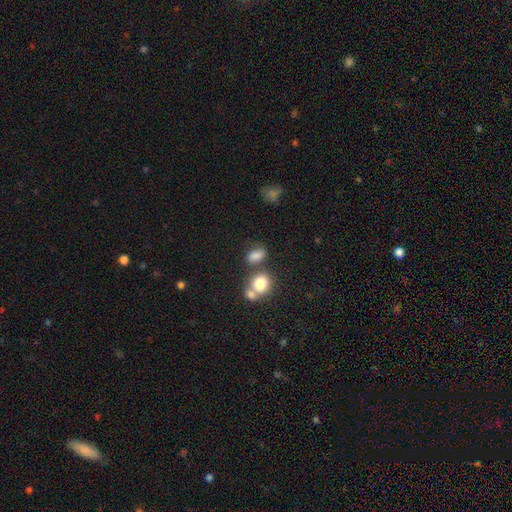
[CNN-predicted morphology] Smooth or featured?
  - smooth: 81% *
  - star or artifact: 11%
  - featured or disk: 8%
How rounded?
  - in between: 74% *
  - round: 23%
  - cigar-shaped: 3%
Merging?
  - none: 51% *
  - merger: 28%
  - minor disturbance: 14%
  - major disturbance: 6%